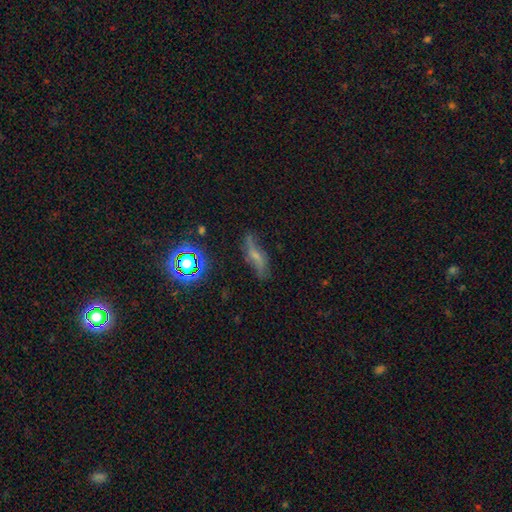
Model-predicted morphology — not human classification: A featured or disk galaxy (44%).

Vote fractions:
- Smooth or featured? featured or disk: 44% / smooth: 37% / star or artifact: 19%
- Merging? none: 63% / minor disturbance: 24% / major disturbance: 10% / merger: 3%